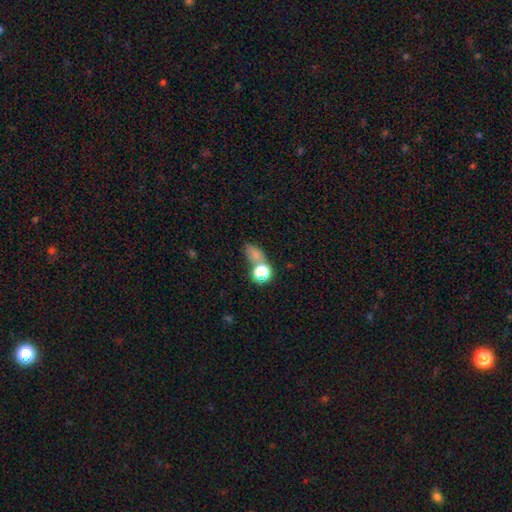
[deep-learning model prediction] A smooth galaxy with no disk features (66%) that is in between round and cigar-shaped (55%).

Vote fractions:
- Smooth or featured? smooth: 66% / star or artifact: 24% / featured or disk: 10%
- How rounded? in between: 55% / round: 40% / cigar-shaped: 5%
- Merging? none: 49% / merger: 28% / minor disturbance: 14% / major disturbance: 9%